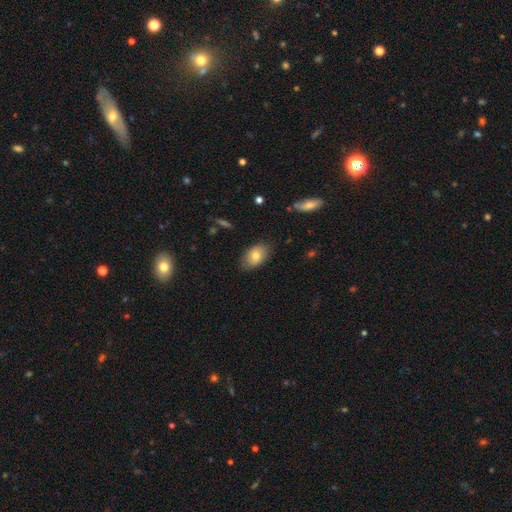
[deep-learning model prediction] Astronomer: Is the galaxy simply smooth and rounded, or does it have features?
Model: smooth — 77%.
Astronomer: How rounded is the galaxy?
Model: in between — 90%.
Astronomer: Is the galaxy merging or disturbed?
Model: none — 80%.